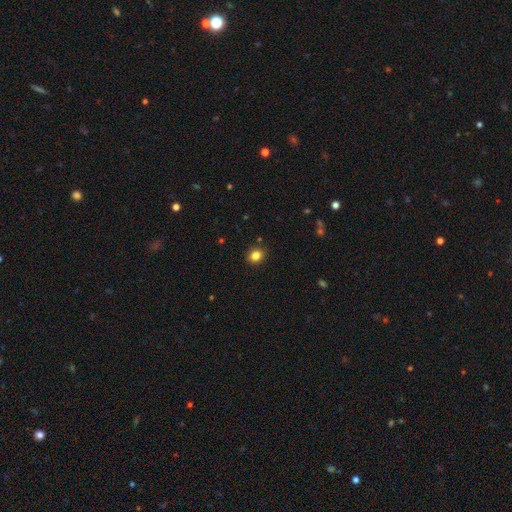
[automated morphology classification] Smooth or featured: smooth — 83% (star or artifact — 11%)
How rounded: round — 67% (in between — 33%)
Merging: none — 90% (minor disturbance — 7%)